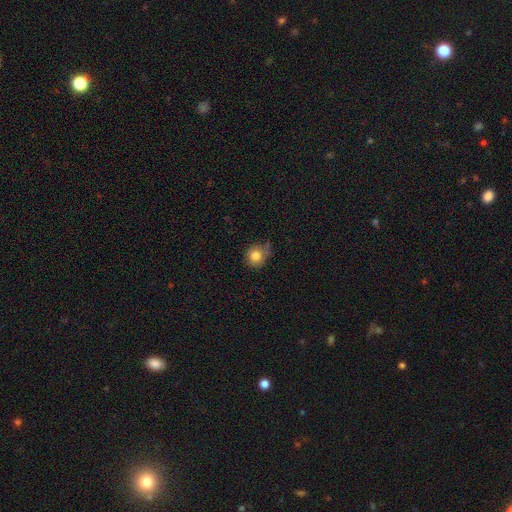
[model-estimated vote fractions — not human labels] A smooth galaxy with no disk features (81%) that is round (85%). Merging: none (62%).